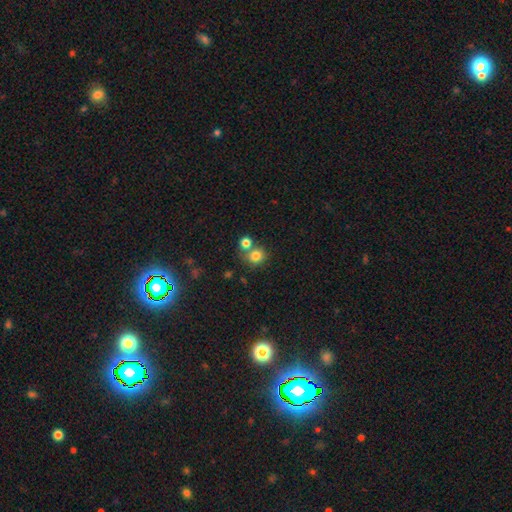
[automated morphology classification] type=smooth (80%); roundness=round (82%); merging=none (57%).